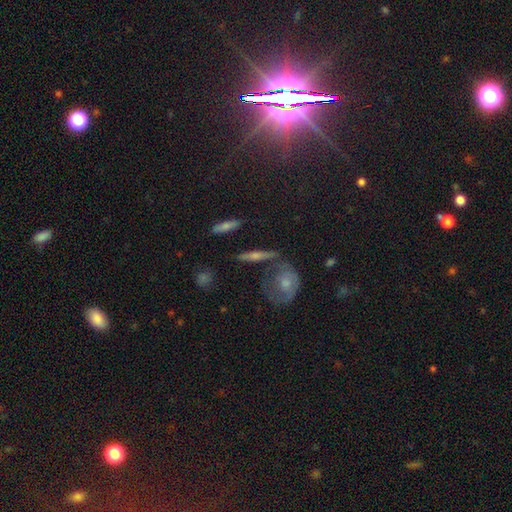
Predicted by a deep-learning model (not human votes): Smooth or featured?
  - featured or disk: 47% *
  - smooth: 38%
  - star or artifact: 15%
Merging?
  - none: 64% *
  - minor disturbance: 16%
  - merger: 12%
  - major disturbance: 8%